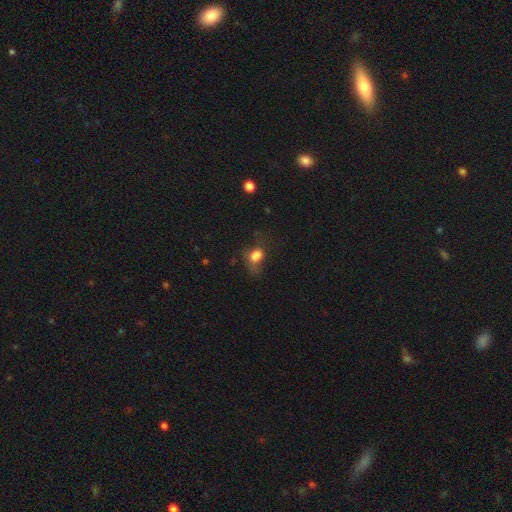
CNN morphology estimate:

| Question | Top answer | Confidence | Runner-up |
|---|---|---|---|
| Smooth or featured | smooth | 75% | featured or disk (13%) |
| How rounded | in between | 66% | round (31%) |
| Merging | none | 35% | major disturbance (33%) |